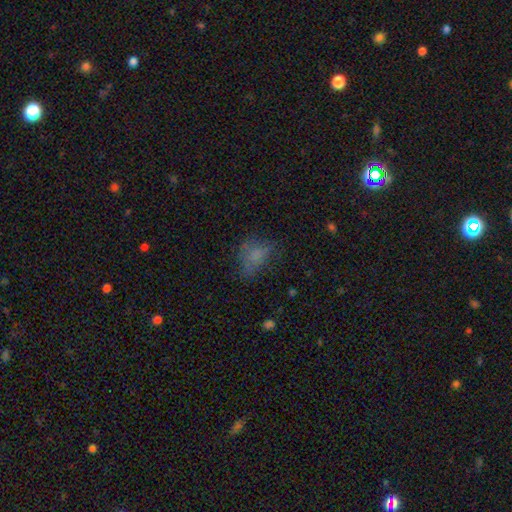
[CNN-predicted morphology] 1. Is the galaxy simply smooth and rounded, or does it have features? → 66% smooth, 18% featured or disk, 17% star or artifact.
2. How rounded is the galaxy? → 74% in between, 23% round, 3% cigar-shaped.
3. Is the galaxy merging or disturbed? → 46% none, 26% minor disturbance, 25% major disturbance, 3% merger.